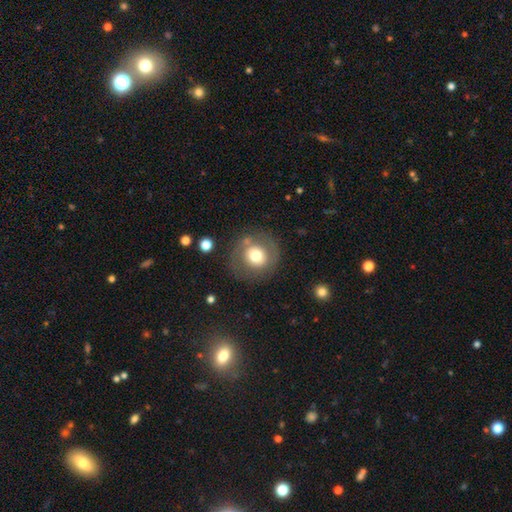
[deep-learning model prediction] The model was most divided on "smooth or featured": smooth: 63%, featured or disk: 28%, star or artifact: 10%. More confident: how rounded — round (90%); merging — none (77%).